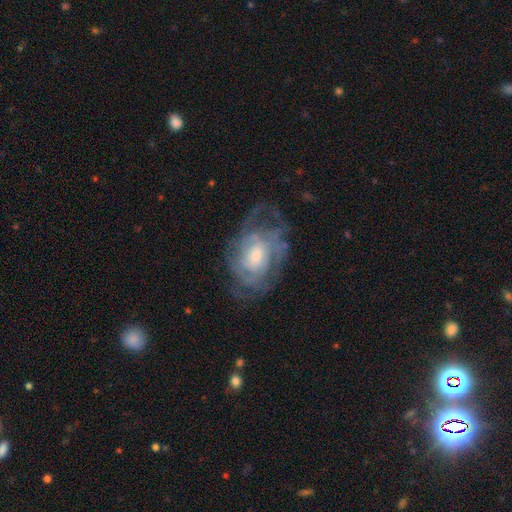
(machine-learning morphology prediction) This is likely a featured or disk galaxy (76%). It is clearly not viewed edge-on (96%). Bar: likely no (65%). Spiral arm pattern: clearly yes (80%). Spiral arm count: possibly can't tell (58%). Spiral winding: possibly tight (54%). Central bulge: possibly moderate (50%). Merging: possibly none (59%).